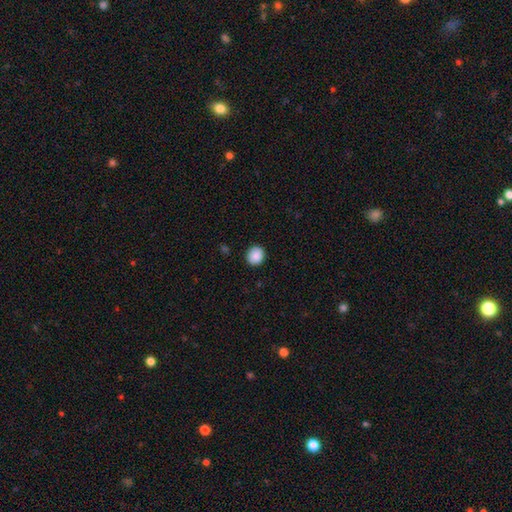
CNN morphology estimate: Smooth or featured: smooth — 90% (star or artifact — 8%)
How rounded: round — 82% (in between — 17%)
Merging: none — 91% (minor disturbance — 6%)